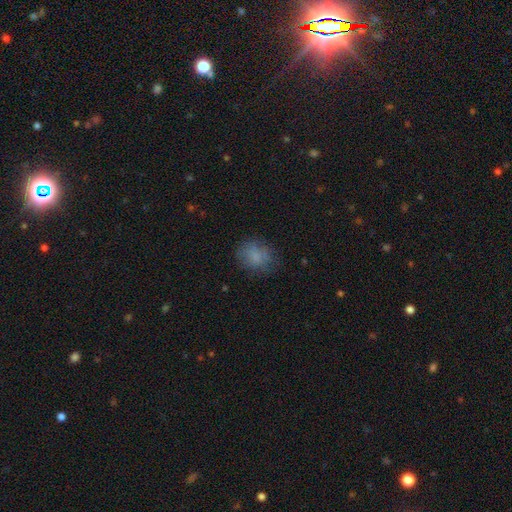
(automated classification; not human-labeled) Smooth or featured?
  - smooth: 77% *
  - featured or disk: 13%
  - star or artifact: 11%
How rounded?
  - round: 57% *
  - in between: 42%
  - cigar-shaped: 1%
Merging?
  - none: 70% *
  - minor disturbance: 20%
  - major disturbance: 9%
  - merger: 1%